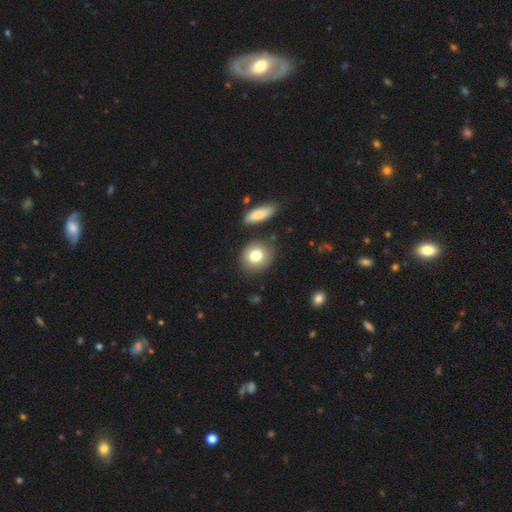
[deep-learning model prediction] A smooth galaxy with no disk features (78%) that is round (78%).

Vote fractions:
- Smooth or featured? smooth: 78% / featured or disk: 13% / star or artifact: 9%
- How rounded? round: 78% / in between: 21% / cigar-shaped: 1%
- Merging? none: 80% / minor disturbance: 10% / merger: 7% / major disturbance: 3%